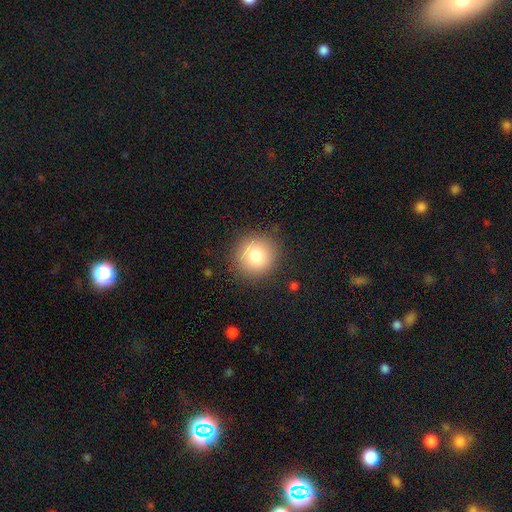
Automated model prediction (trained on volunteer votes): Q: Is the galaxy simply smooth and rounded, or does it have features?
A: smooth — 82%.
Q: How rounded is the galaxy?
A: round — 93%.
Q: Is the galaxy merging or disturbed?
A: none — 88%.